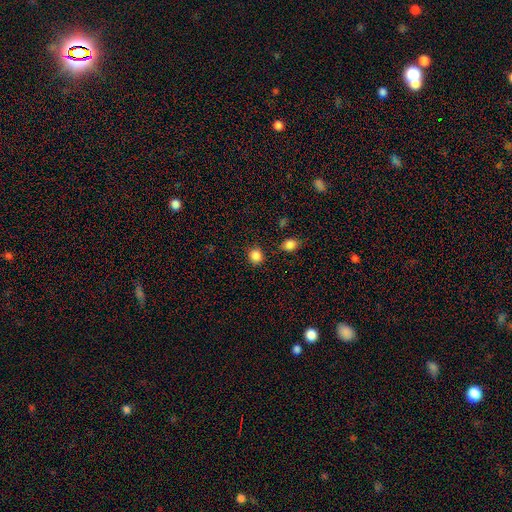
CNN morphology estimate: This is clearly a smooth galaxy (86%). How rounded: clearly round (86%). Merging: clearly none (86%).